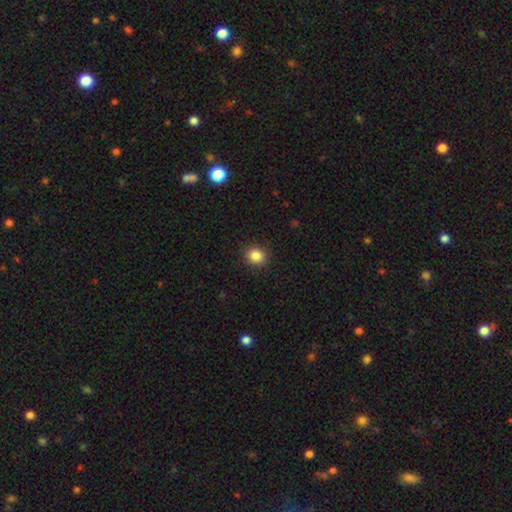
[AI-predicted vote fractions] This is clearly a smooth galaxy (85%). How rounded: likely round (79%). Merging: clearly none (90%).